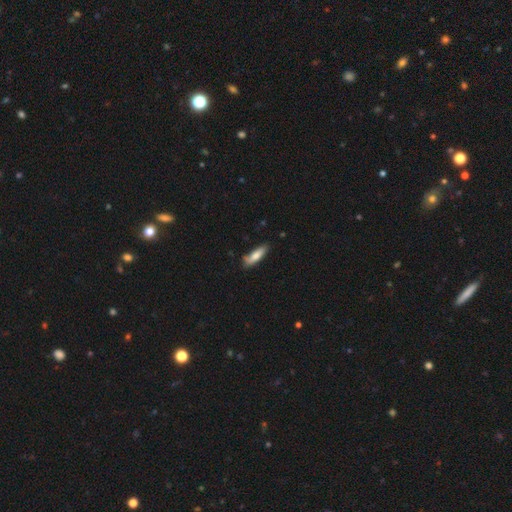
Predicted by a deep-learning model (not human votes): A smooth galaxy with no disk features (74%) that is cigar-shaped (57%). Merging: none (69%).